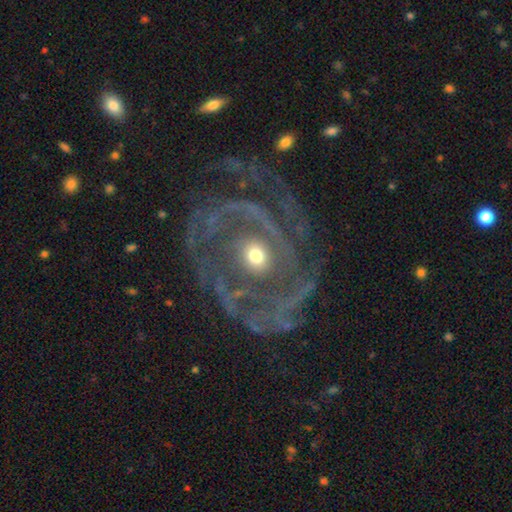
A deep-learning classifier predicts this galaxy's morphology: smooth_or_featured: featured or disk (p=0.82) [alt: smooth p=0.10]
disk_edge_on: no (p=0.96) [alt: yes p=0.04]
bar: no (p=0.73) [alt: weak p=0.18]
has_spiral_arms: yes (p=0.87) [alt: no p=0.13]
spiral_winding: tight (p=0.49) [alt: medium p=0.33]
spiral_arm_count: 2 (p=0.31) [alt: can't tell p=0.24]
bulge_size: moderate (p=0.46) [alt: small p=0.44]
merging: none (p=0.63) [alt: major disturbance p=0.19]